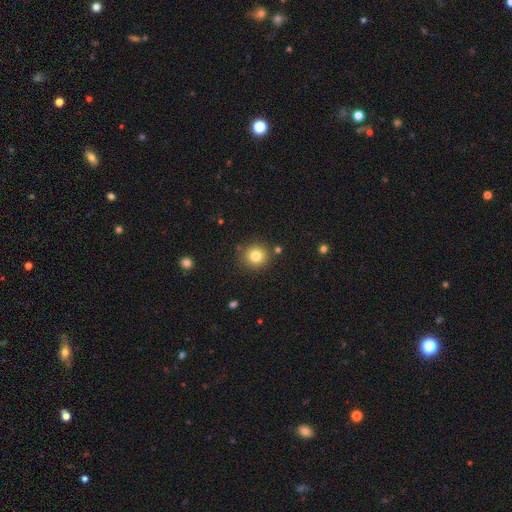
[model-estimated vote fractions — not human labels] Smooth or featured? smooth (80%)
How rounded? round (92%)
Merging? none (87%)